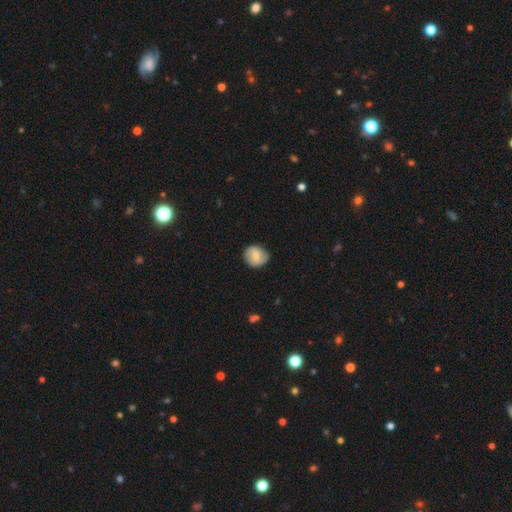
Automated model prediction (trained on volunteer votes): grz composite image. It shows a smooth galaxy with no disk features (62%) that is round (74%). Merging: none (75%).